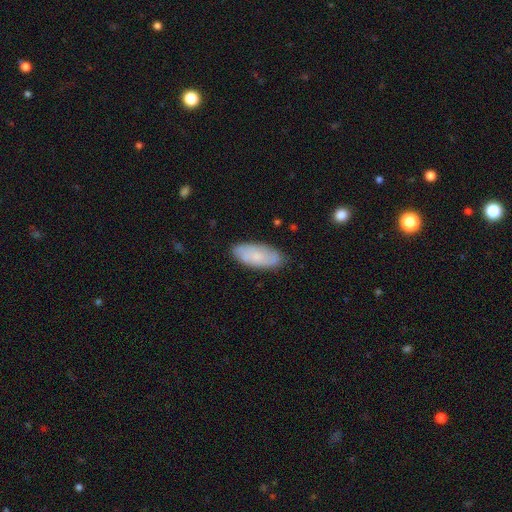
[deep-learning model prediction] smooth 63%, featured or disk 30%, star or artifact 7%. Down the decision tree: how rounded — in between (85%); merging — none (81%).